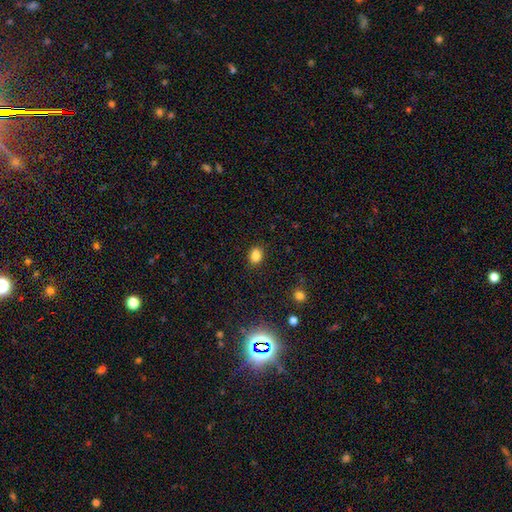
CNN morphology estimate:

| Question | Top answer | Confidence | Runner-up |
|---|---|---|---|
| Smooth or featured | smooth | 82% | star or artifact (12%) |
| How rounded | in between | 60% | round (39%) |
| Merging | none | 81% | minor disturbance (12%) |